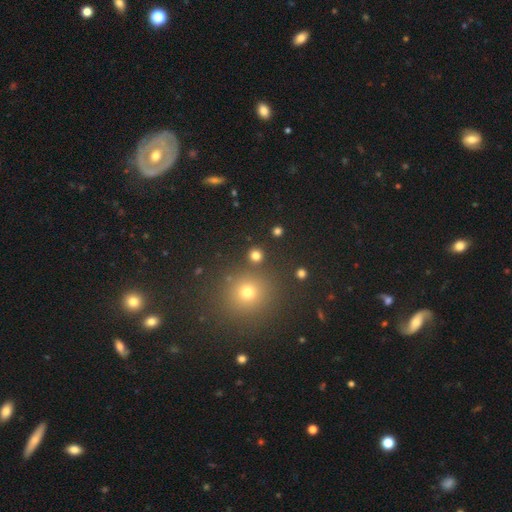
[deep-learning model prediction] This is likely a smooth galaxy (77%). How rounded: clearly round (92%). Merging: clearly none (86%).